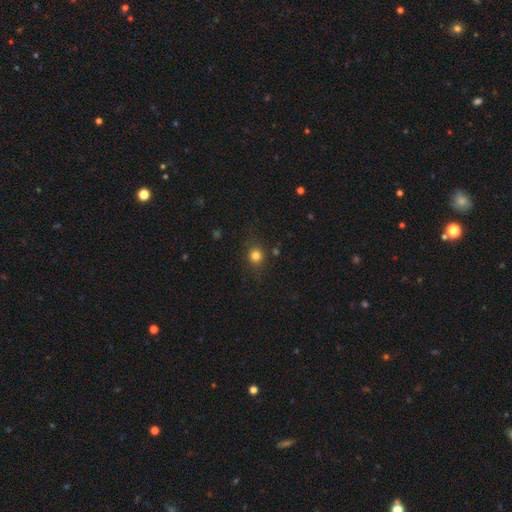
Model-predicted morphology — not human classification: Smooth or featured: smooth — 81% (star or artifact — 13%)
How rounded: round — 83% (in between — 16%)
Merging: none — 82% (minor disturbance — 12%)